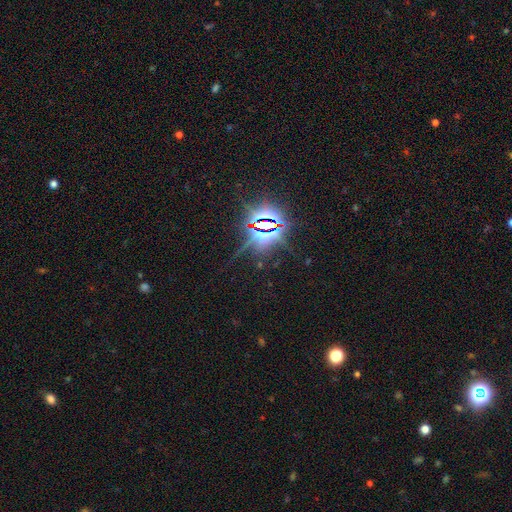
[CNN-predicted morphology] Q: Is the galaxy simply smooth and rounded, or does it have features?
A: star or artifact — 85%.